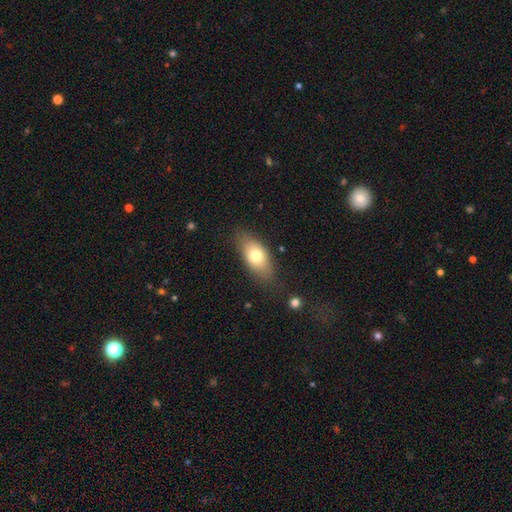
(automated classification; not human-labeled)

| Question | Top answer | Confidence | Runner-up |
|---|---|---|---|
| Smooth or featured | smooth | 72% | featured or disk (20%) |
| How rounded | in between | 86% | cigar-shaped (8%) |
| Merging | none | 78% | minor disturbance (15%) |